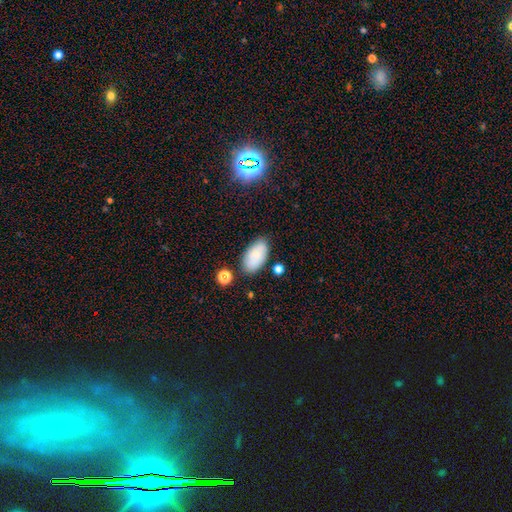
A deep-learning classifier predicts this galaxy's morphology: smooth_or_featured: smooth (p=0.78) [alt: featured or disk p=0.15]
how_rounded: in between (p=0.94) [alt: round p=0.03]
merging: none (p=0.77) [alt: minor disturbance p=0.15]